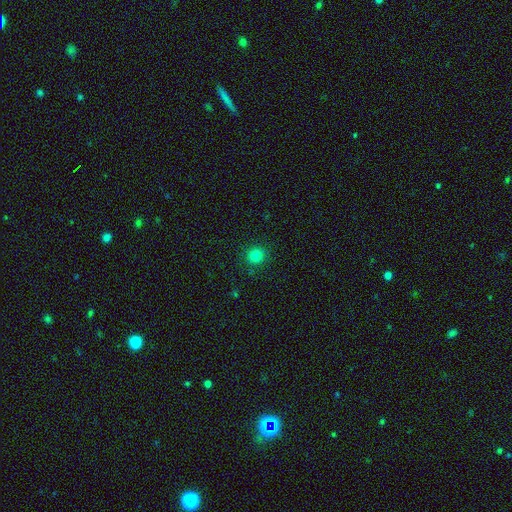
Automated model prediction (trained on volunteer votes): Smooth or featured: smooth — 82% (star or artifact — 14%)
How rounded: round — 93% (in between — 6%)
Merging: none — 90% (minor disturbance — 6%)